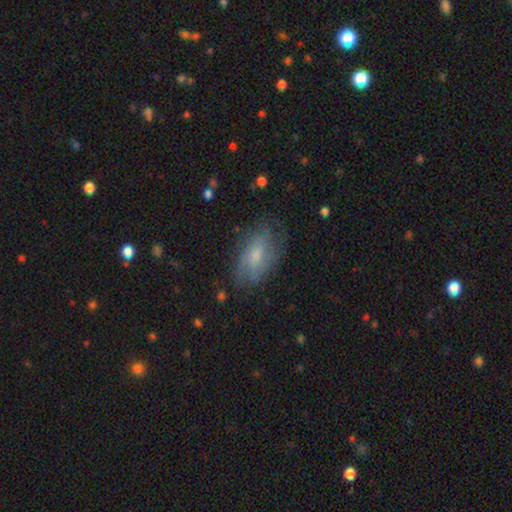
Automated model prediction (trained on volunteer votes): Q: Smooth or featured?
A: smooth (56%); runner-up: featured or disk (36%)
Q: How rounded?
A: in between (89%); runner-up: cigar-shaped (7%)
Q: Merging?
A: none (69%); runner-up: minor disturbance (22%)